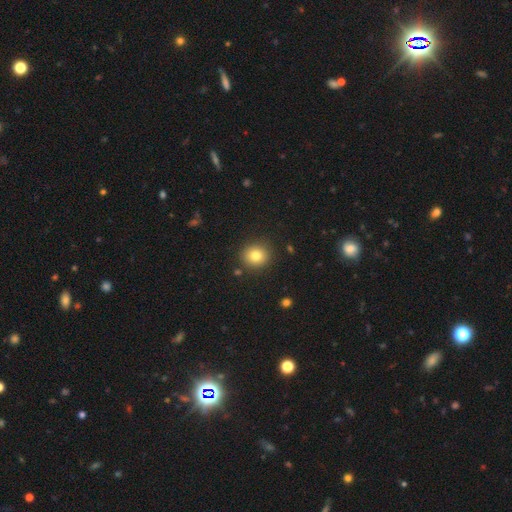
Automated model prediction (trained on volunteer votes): Overall: smooth (81%). How rounded: round (85%). Merging: none (88%).